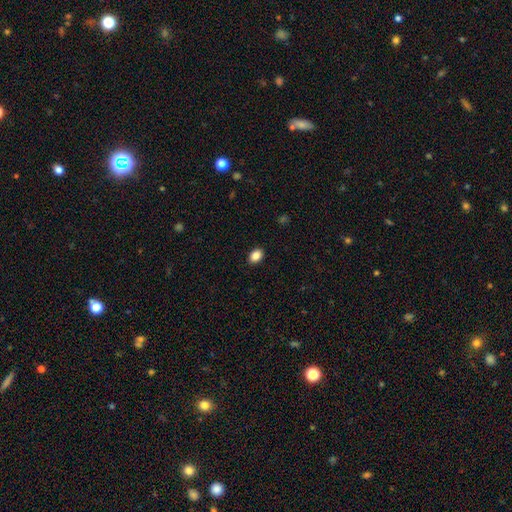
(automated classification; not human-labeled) The model was most divided on "how rounded": in between: 75%, round: 24%, cigar-shaped: 1%. More confident: merging — none (90%); smooth or featured — smooth (87%).